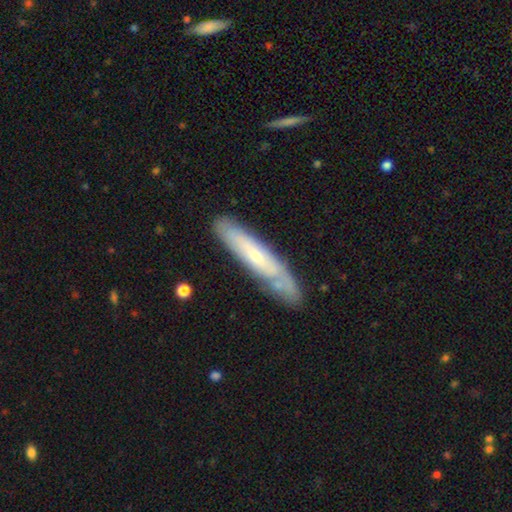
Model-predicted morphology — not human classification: A featured or disk galaxy (52%) viewed edge-on (59%). Merging: none (74%).